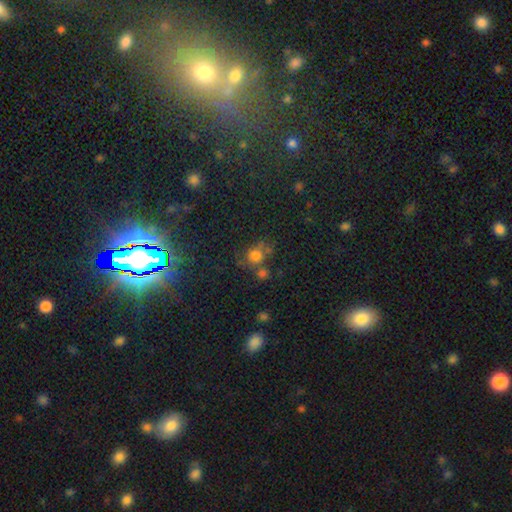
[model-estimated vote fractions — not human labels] A smooth galaxy with no disk features (69%) that is round (78%).

Vote fractions:
- Smooth or featured? smooth: 69% / star or artifact: 20% / featured or disk: 11%
- How rounded? round: 78% / in between: 21% / cigar-shaped: 1%
- Merging? none: 53% / merger: 24% / minor disturbance: 15% / major disturbance: 8%